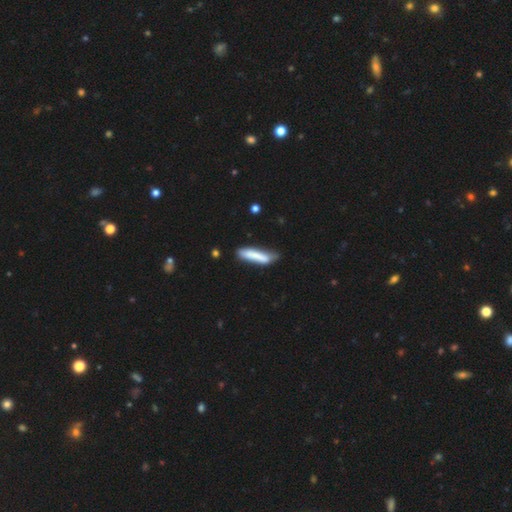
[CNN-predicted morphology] Smooth or featured: smooth — 75% (featured or disk — 19%)
How rounded: cigar-shaped — 81% (in between — 17%)
Merging: none — 58% (minor disturbance — 29%)